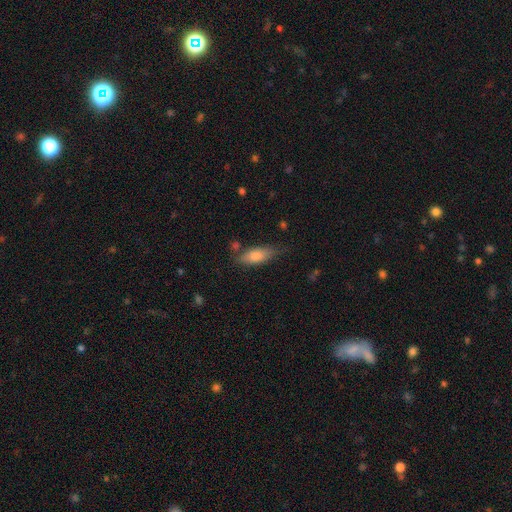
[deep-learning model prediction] A smooth galaxy with no disk features (74%) that is in between round and cigar-shaped (67%). Merging: none (67%).